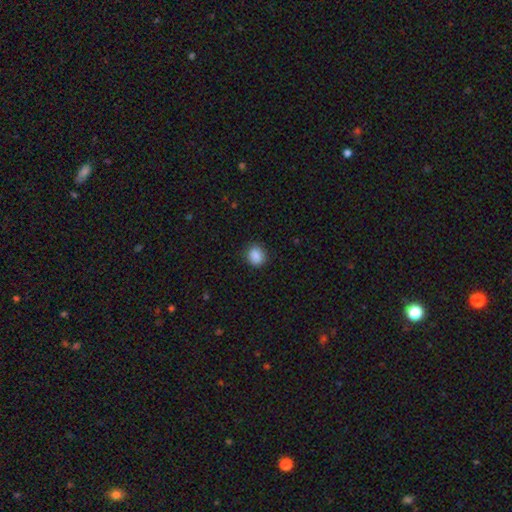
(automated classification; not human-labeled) smooth 88%, star or artifact 9%, featured or disk 3%. Down the decision tree: how rounded — round (67%); merging — none (85%).